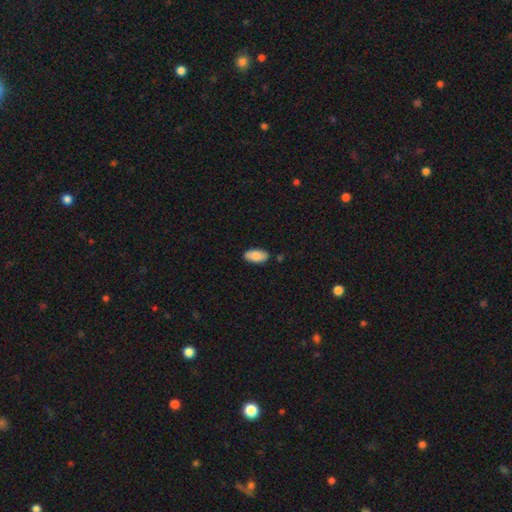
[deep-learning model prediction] A smooth galaxy with no disk features (82%) that is in between round and cigar-shaped (93%). Merging: none (85%).